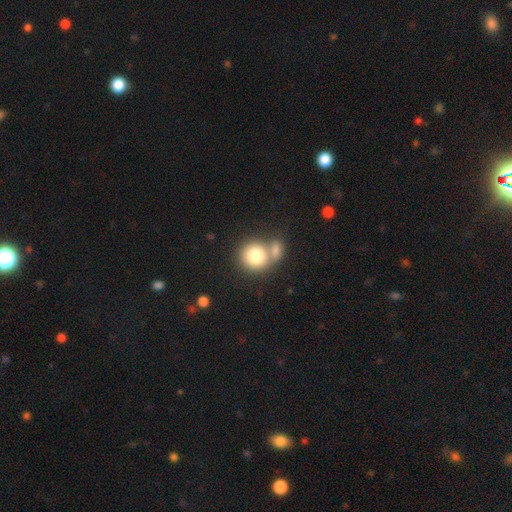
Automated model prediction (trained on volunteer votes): Q: Smooth or featured?
A: smooth (79%); runner-up: featured or disk (12%)
Q: How rounded?
A: round (86%); runner-up: in between (13%)
Q: Merging?
A: merger (44%); runner-up: none (43%)